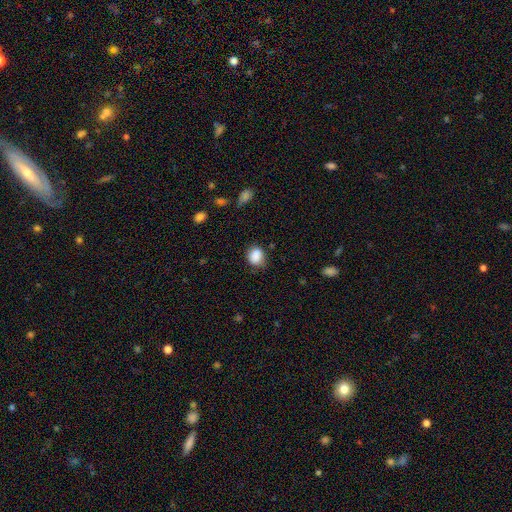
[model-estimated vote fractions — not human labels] Smooth or featured: smooth — 86% (star or artifact — 9%)
How rounded: round — 55% (in between — 44%)
Merging: none — 68% (minor disturbance — 23%)